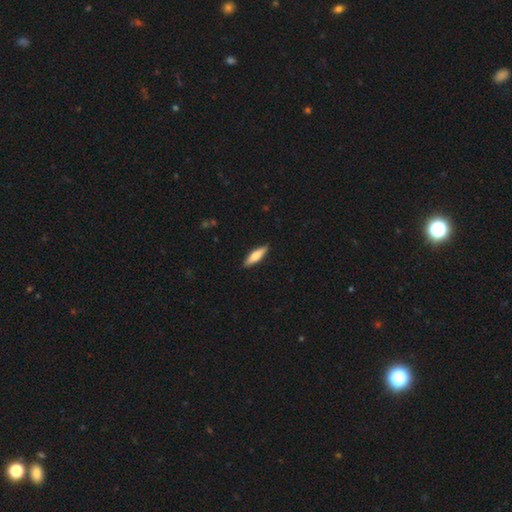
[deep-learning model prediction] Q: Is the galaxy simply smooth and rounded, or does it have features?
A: smooth — 62%.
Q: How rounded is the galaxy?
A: cigar-shaped — 66%.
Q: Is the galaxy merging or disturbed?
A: none — 89%.